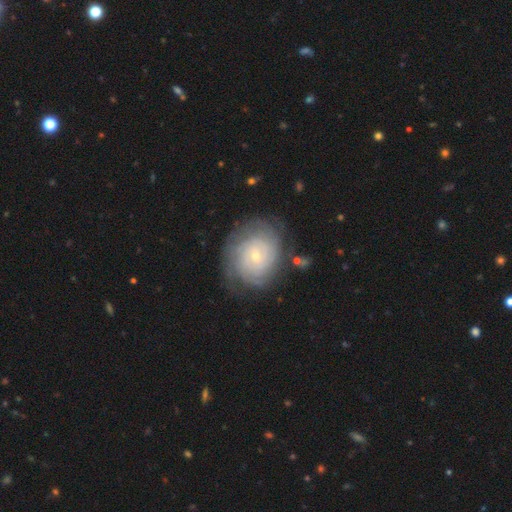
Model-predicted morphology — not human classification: type=featured or disk (74%); edge-on=no (97%); bar=no (78%); spiral arms=yes (89%); winding=tight (79%); arm count=can't tell (51%); bulge=small (77%); merging=none (75%).